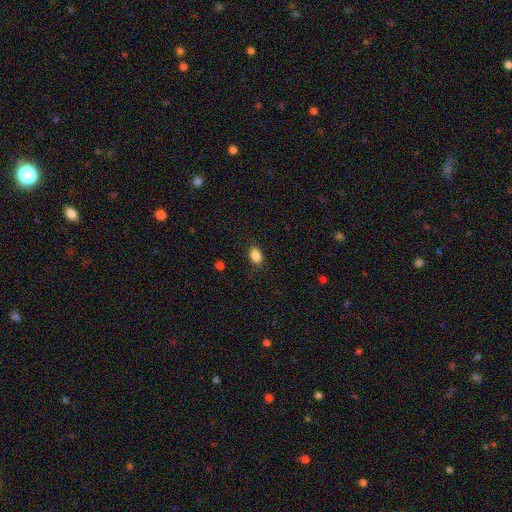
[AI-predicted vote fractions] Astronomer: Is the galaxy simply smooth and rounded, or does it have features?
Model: smooth — 87%.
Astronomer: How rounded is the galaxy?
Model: in between — 85%.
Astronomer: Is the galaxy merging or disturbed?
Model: none — 87%.